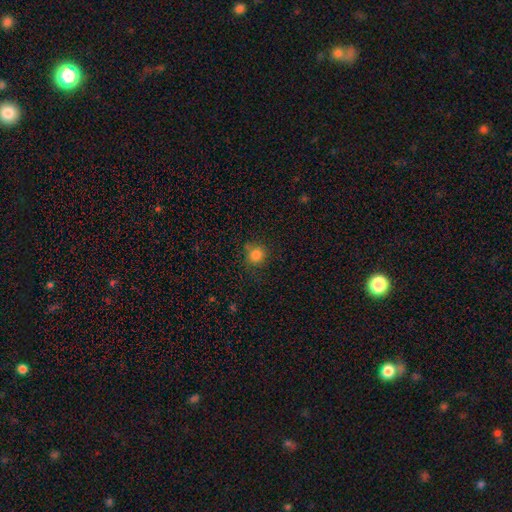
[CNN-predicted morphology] Smooth or featured?
  - smooth: 83% *
  - star or artifact: 12%
  - featured or disk: 4%
How rounded?
  - round: 91% *
  - in between: 8%
  - cigar-shaped: 1%
Merging?
  - none: 81% *
  - minor disturbance: 13%
  - major disturbance: 4%
  - merger: 3%